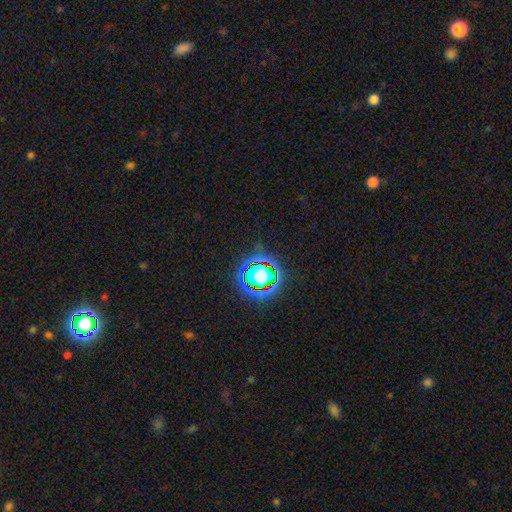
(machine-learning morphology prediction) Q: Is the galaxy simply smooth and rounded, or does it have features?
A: star or artifact — 78%.